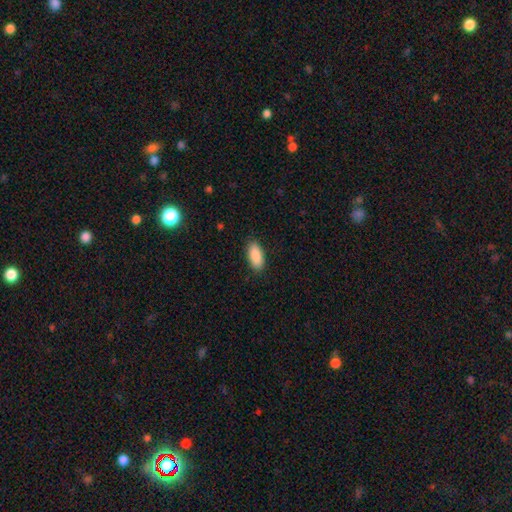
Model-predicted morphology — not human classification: A smooth galaxy with no disk features (90%) that is in between round and cigar-shaped (88%).

Vote fractions:
- Smooth or featured? smooth: 90% / star or artifact: 6% / featured or disk: 4%
- How rounded? in between: 88% / cigar-shaped: 9% / round: 2%
- Merging? none: 88% / minor disturbance: 9% / major disturbance: 2% / merger: 1%